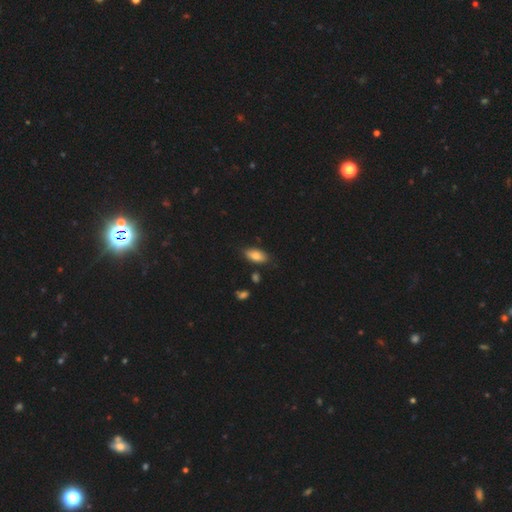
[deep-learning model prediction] Smooth or featured: smooth — 81% (featured or disk — 12%)
How rounded: in between — 90% (cigar-shaped — 6%)
Merging: none — 81% (minor disturbance — 14%)